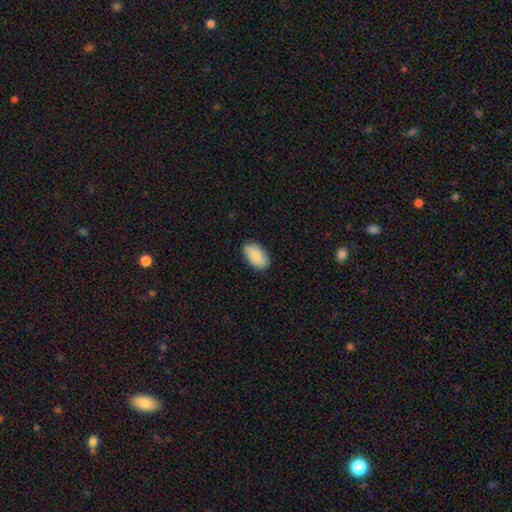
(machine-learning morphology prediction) Q: Smooth or featured?
A: smooth (88%); runner-up: featured or disk (6%)
Q: How rounded?
A: in between (94%); runner-up: round (4%)
Q: Merging?
A: none (86%); runner-up: minor disturbance (11%)